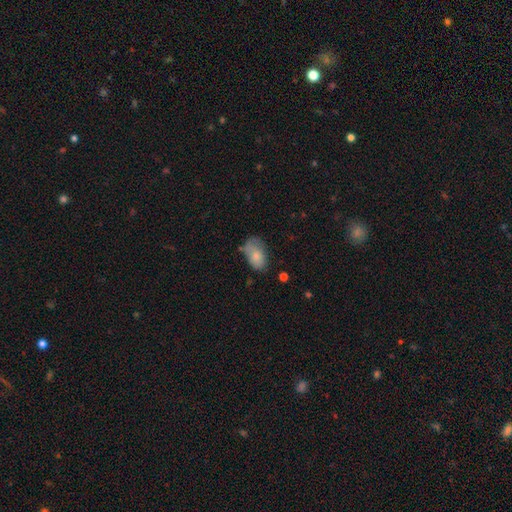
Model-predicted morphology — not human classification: smooth 77%, featured or disk 15%, star or artifact 8%. Down the decision tree: how rounded — in between (91%); merging — none (44%).